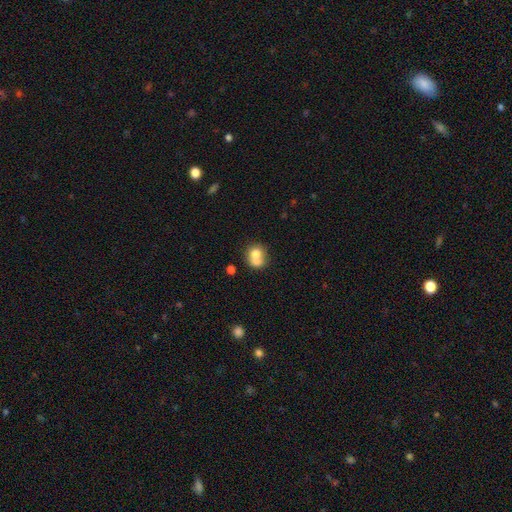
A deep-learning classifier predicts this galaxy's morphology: This is likely a smooth galaxy (69%). How rounded: likely round (69%). Merging: likely merger (61%).